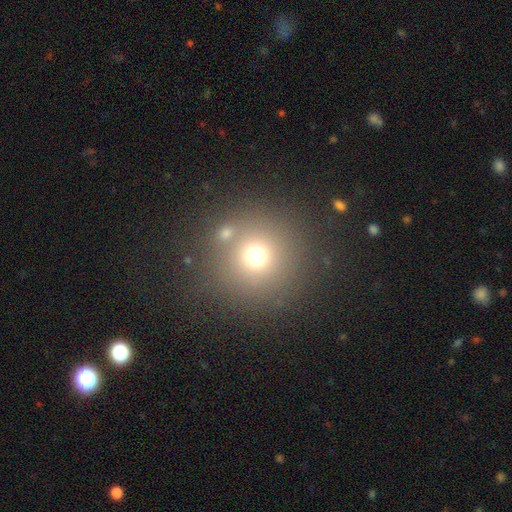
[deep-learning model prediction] Overall: smooth (70%). How rounded: round (95%). Merging: none (78%).